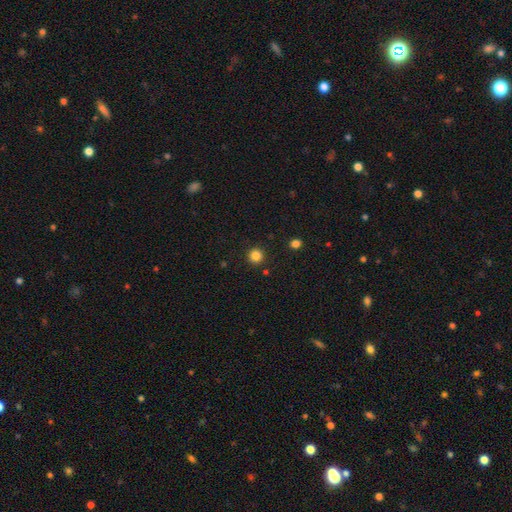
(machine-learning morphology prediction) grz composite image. It shows a smooth galaxy with no disk features (84%) that is round (95%). Merging: none (92%).